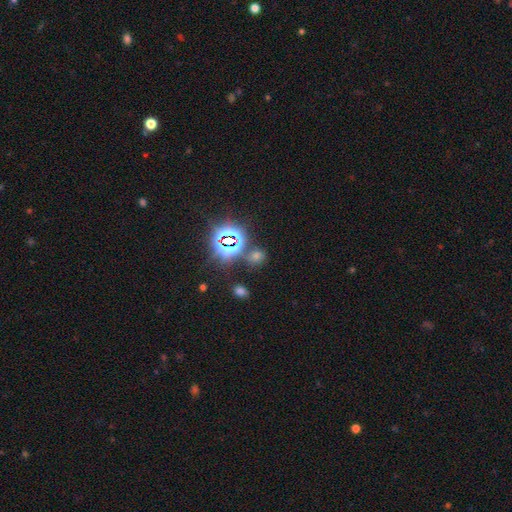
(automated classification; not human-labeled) Smooth or featured?
  - star or artifact: 57% *
  - smooth: 36%
  - featured or disk: 8%